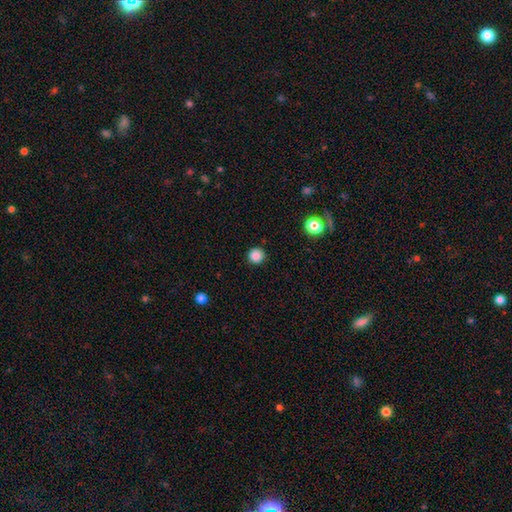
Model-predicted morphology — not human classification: Overall: smooth (86%). How rounded: round (95%). Merging: none (92%).